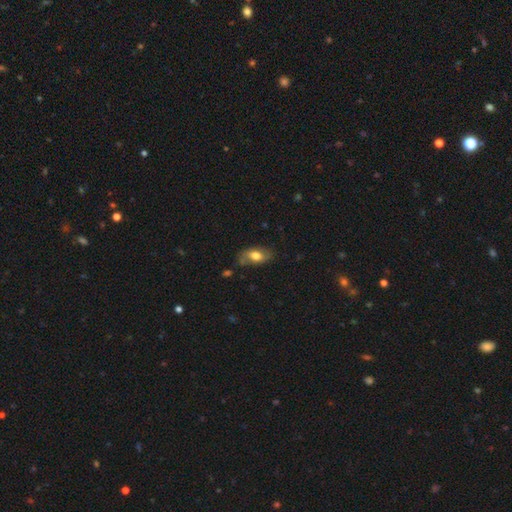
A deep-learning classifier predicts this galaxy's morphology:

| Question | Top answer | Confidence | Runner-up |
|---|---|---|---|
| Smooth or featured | smooth | 64% | featured or disk (29%) |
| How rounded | in between | 89% | round (7%) |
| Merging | none | 64% | minor disturbance (25%) |